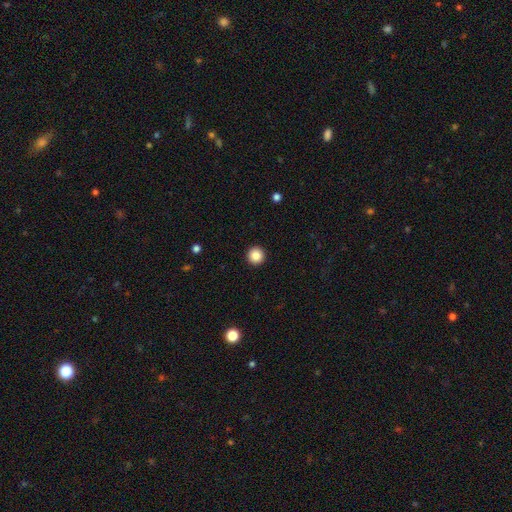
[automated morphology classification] smooth 86%, star or artifact 10%, featured or disk 4%. Down the decision tree: how rounded — round (96%); merging — none (94%).